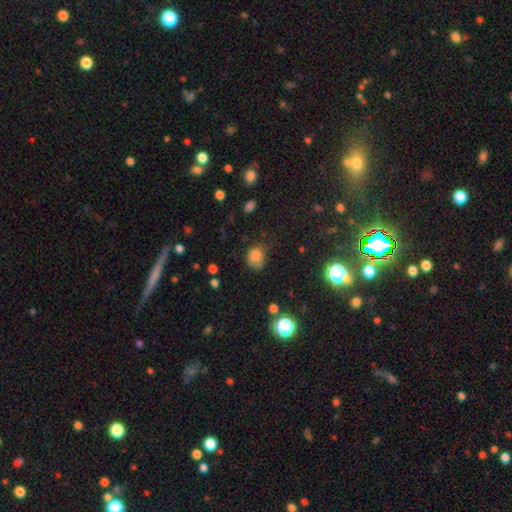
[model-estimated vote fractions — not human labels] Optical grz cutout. It shows a smooth galaxy with no disk features (79%) that is round (59%). Merging: none (50%).